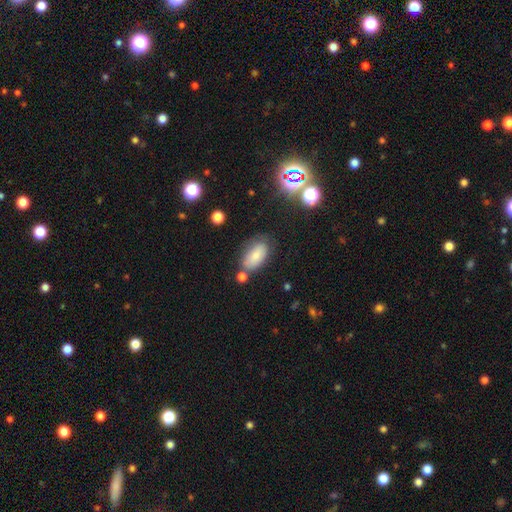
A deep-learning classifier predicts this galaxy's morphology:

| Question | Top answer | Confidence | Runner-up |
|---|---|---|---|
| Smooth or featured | smooth | 76% | featured or disk (15%) |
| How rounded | in between | 92% | round (5%) |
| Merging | none | 64% | minor disturbance (20%) |